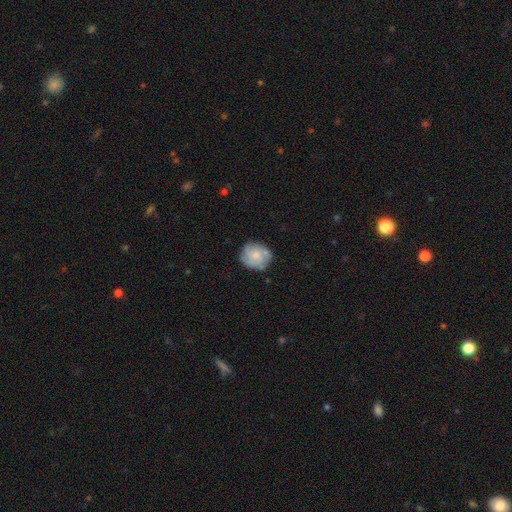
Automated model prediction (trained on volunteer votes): Smooth or featured: smooth — 50% (featured or disk — 43%)
Merging: none — 72% (minor disturbance — 20%)